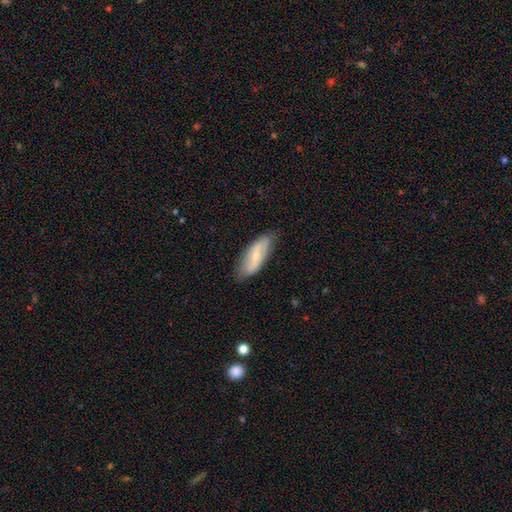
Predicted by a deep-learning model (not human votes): Q: Smooth or featured?
A: smooth (47%); tied with: featured or disk (47%)
Q: Merging?
A: none (77%); runner-up: minor disturbance (18%)